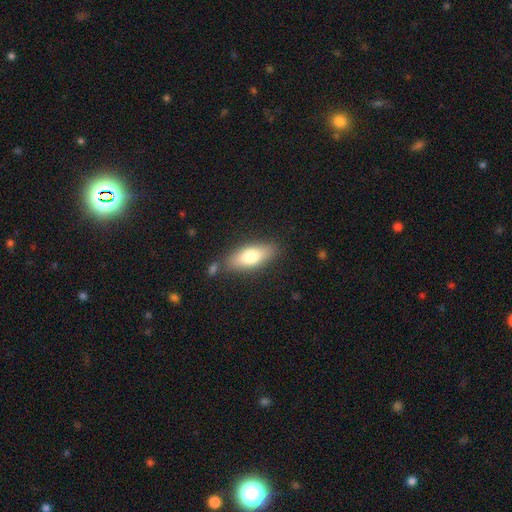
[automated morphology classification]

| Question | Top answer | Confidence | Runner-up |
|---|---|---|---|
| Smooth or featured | smooth | 70% | featured or disk (23%) |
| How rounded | in between | 75% | cigar-shaped (22%) |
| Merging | none | 80% | minor disturbance (12%) |